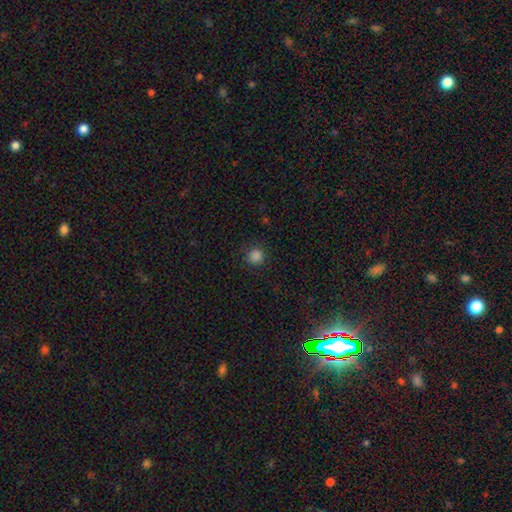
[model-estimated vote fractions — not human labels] Overall: smooth (84%). How rounded: round (93%). Merging: none (88%).